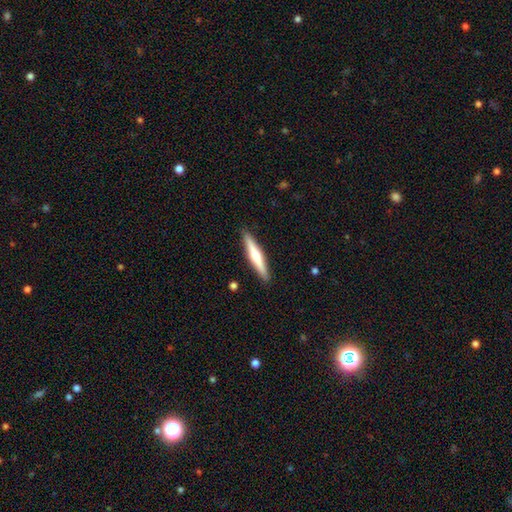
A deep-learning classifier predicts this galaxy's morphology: Smooth or featured? featured or disk (51%)
Edge-on disk? yes (97%)
Merging? none (91%)